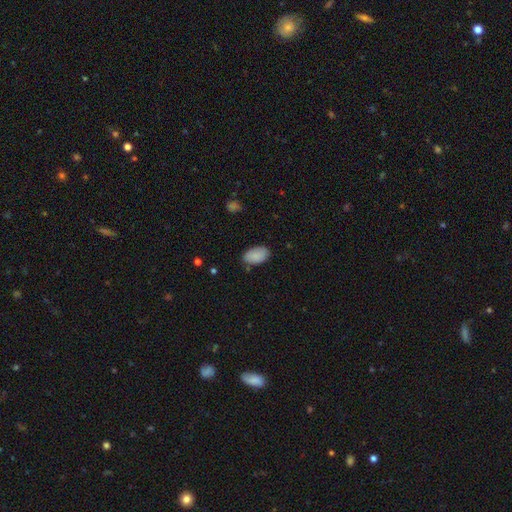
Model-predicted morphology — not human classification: This is clearly a smooth galaxy (88%). How rounded: clearly in between (94%). Merging: clearly none (81%).